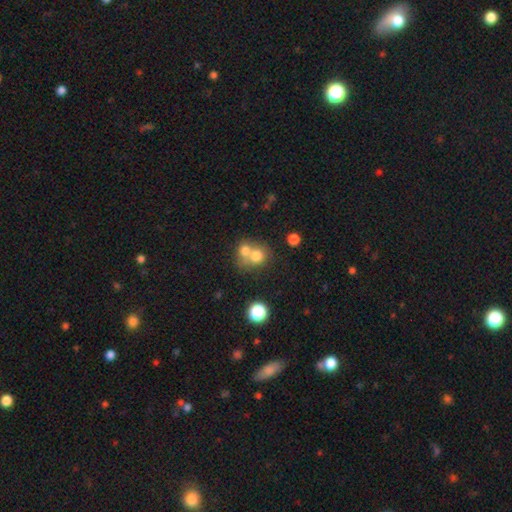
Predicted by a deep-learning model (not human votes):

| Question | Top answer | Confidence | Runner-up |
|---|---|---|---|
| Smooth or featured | smooth | 73% | featured or disk (15%) |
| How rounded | round | 76% | in between (23%) |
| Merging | merger | 60% | none (30%) |